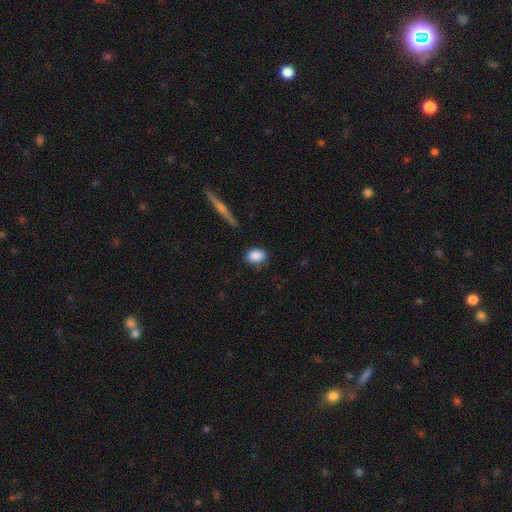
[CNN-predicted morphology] This is clearly a smooth galaxy (88%). How rounded: clearly in between (82%). Merging: clearly none (82%).